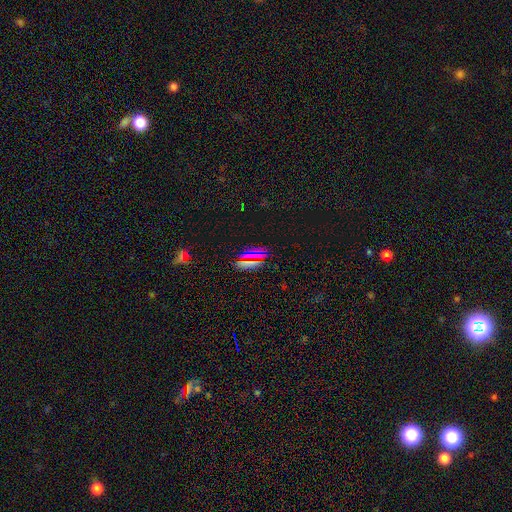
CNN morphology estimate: A smooth galaxy with no disk features (52%) that is in between round and cigar-shaped (62%).

Vote fractions:
- Smooth or featured? smooth: 52% / star or artifact: 40% / featured or disk: 9%
- How rounded? in between: 62% / cigar-shaped: 23% / round: 16%
- Merging? none: 80% / minor disturbance: 12% / major disturbance: 5% / merger: 3%